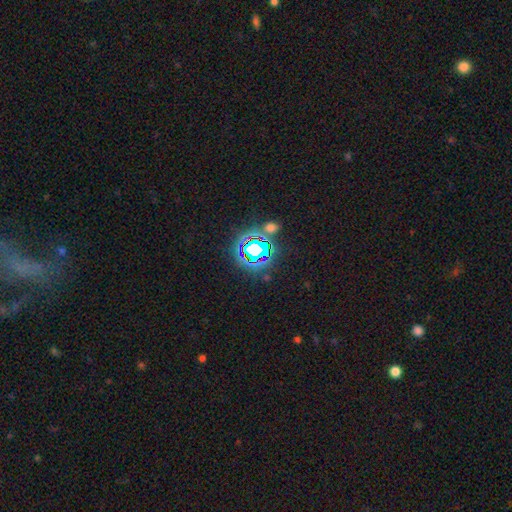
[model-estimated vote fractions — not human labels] Overall: star or artifact (69%).